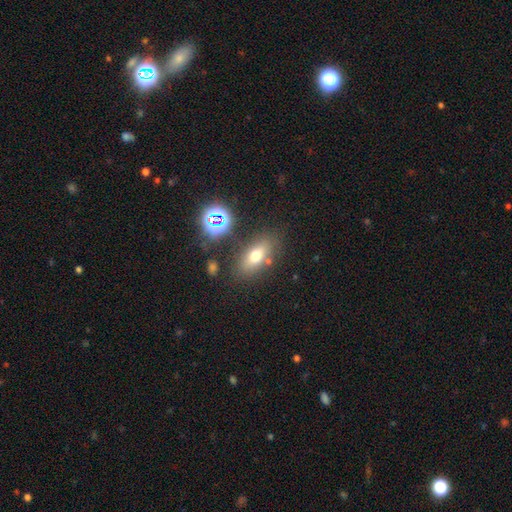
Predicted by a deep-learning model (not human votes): smooth-or-featured: smooth: 64% | featured or disk: 20% | star or artifact: 16%
  how-rounded: in between: 74% | cigar-shaped: 15% | round: 11%
  merging: none: 76% | minor disturbance: 12% | merger: 7% | major disturbance: 5%